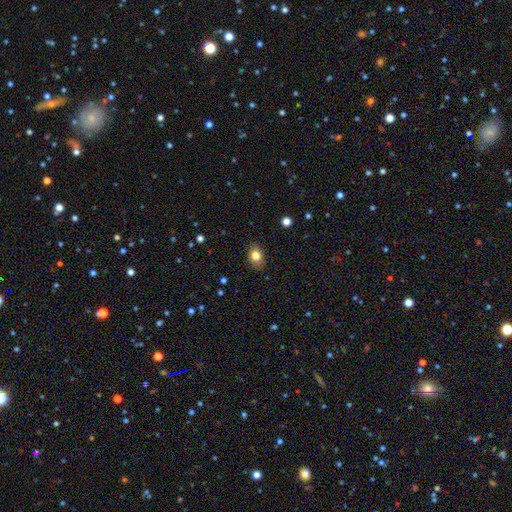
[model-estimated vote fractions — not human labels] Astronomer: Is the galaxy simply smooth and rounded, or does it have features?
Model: smooth — 82%.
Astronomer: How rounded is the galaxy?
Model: in between — 67%.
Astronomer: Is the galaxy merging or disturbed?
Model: none — 85%.